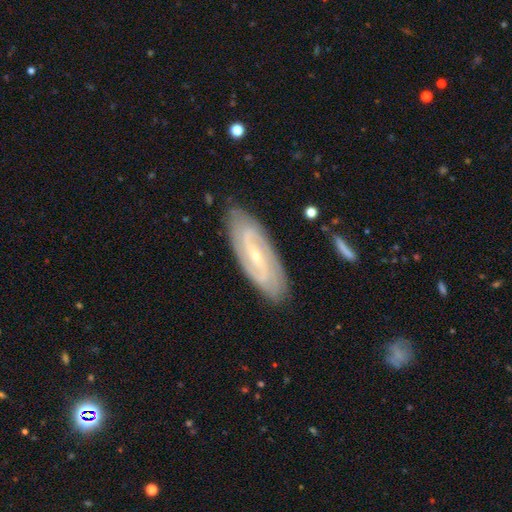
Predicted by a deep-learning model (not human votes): Morphology: type=featured or disk (87%); edge-on=no (91%); bar=weak (41%); spiral arms=yes (96%); winding=medium (42%); arm count=2 (75%); bulge=small (77%); merging=none (84%).